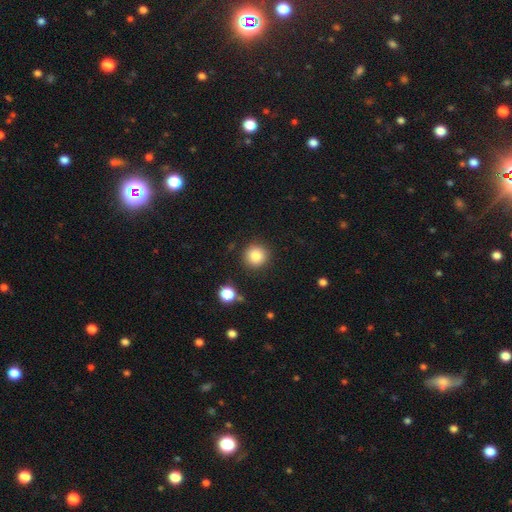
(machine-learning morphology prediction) Smooth or featured? Predicted: smooth (p=0.85). How rounded? Predicted: round (p=0.93). Merging? Predicted: none (p=0.88).